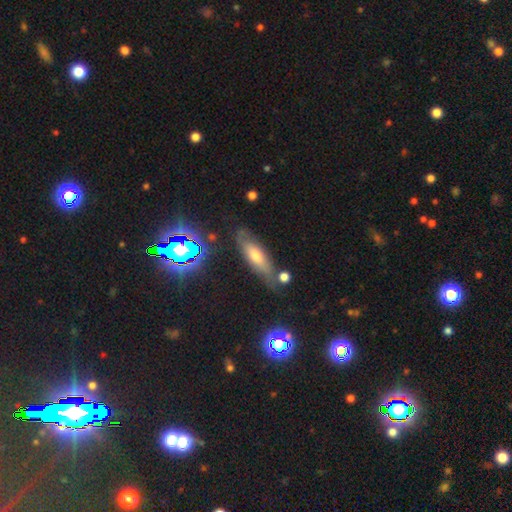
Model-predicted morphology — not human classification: Smooth or featured? Predicted: smooth (p=0.50). Merging? Predicted: none (p=0.71).